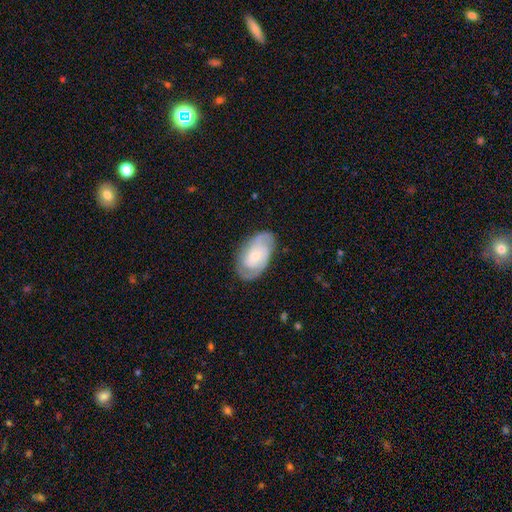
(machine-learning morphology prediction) The model was most divided on "spiral winding": tight: 48%, medium: 40%, loose: 12%. More confident: edge-on disk — no (96%); spiral arms — yes (90%); merging — none (75%); smooth or featured — featured or disk (66%); bar — no (63%); bulge size — small (59%); spiral arm count — 2 (57%).